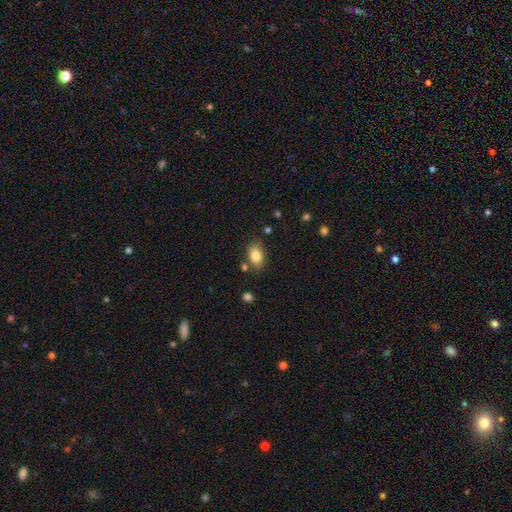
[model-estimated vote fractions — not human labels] Smooth or featured?
  - smooth: 84% *
  - star or artifact: 8%
  - featured or disk: 8%
How rounded?
  - in between: 85% *
  - round: 14%
  - cigar-shaped: 1%
Merging?
  - none: 77% *
  - minor disturbance: 14%
  - merger: 5%
  - major disturbance: 3%